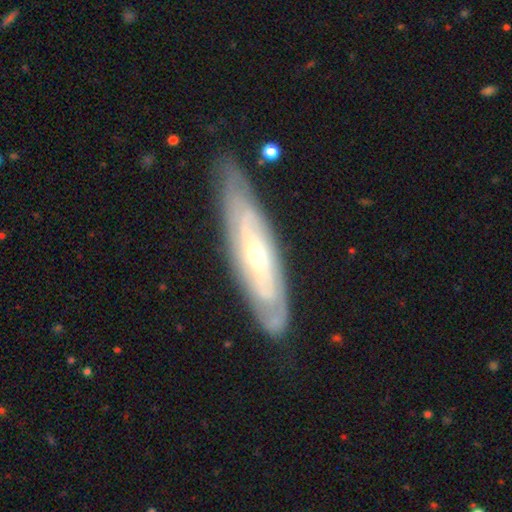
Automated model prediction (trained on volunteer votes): The model was most divided on "bulge size": small: 51%, moderate: 45%, large: 2%, none: 1%, dominant: 1%. More confident: spiral arms — yes (80%); smooth or featured — featured or disk (78%); merging — none (77%); edge-on disk — no (71%); bar — no (68%).